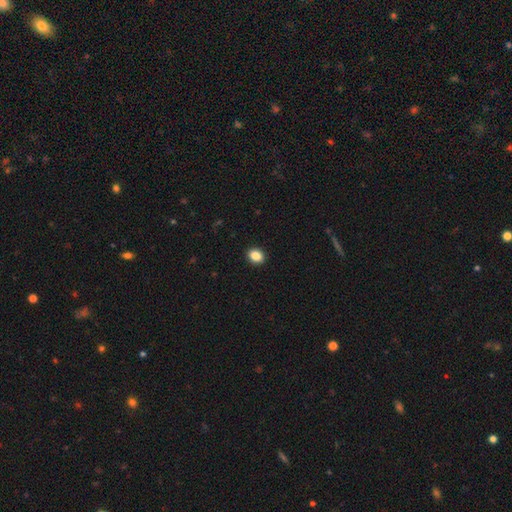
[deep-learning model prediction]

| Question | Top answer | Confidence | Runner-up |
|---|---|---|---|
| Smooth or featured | smooth | 86% | star or artifact (9%) |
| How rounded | in between | 55% | round (44%) |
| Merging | none | 92% | minor disturbance (5%) |